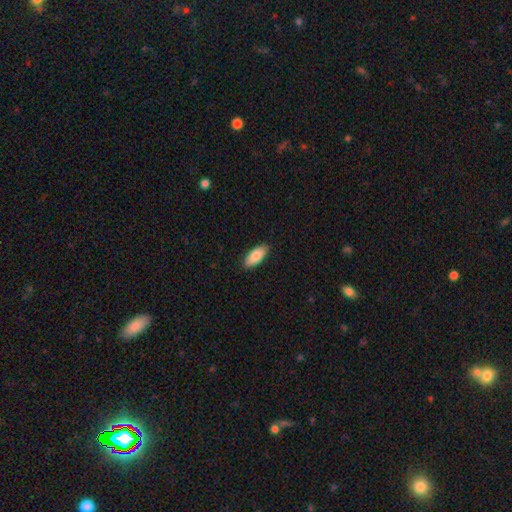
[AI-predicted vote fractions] A smooth galaxy with no disk features (84%) that is in between round and cigar-shaped (87%).

Vote fractions:
- Smooth or featured? smooth: 84% / featured or disk: 11% / star or artifact: 6%
- How rounded? in between: 87% / cigar-shaped: 11% / round: 2%
- Merging? none: 88% / minor disturbance: 9% / major disturbance: 2% / merger: 1%